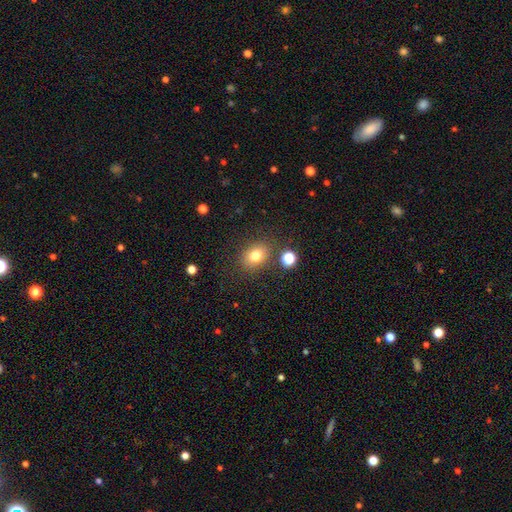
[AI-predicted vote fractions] The model was most divided on "how rounded": in between: 57%, round: 42%, cigar-shaped: 1%. More confident: merging — none (80%); smooth or featured — smooth (78%).